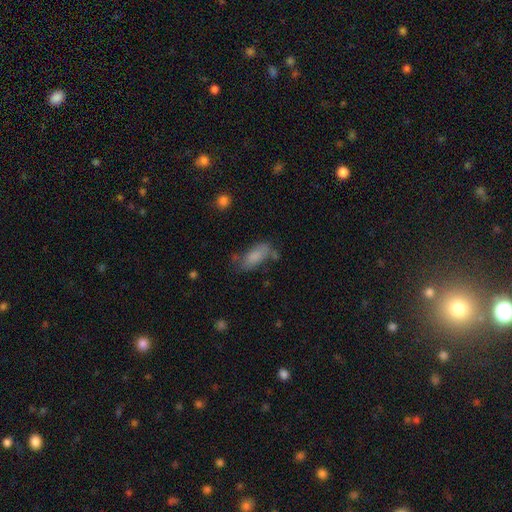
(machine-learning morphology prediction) This appears to be a smooth galaxy with no disk features (77%) that is in between round and cigar-shaped (82%). Merging: none (51%).